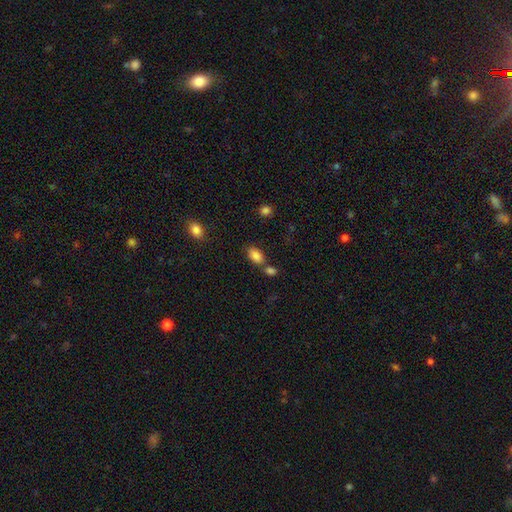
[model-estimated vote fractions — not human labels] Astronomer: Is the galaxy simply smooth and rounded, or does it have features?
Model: smooth — 85%.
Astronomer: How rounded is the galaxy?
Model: in between — 91%.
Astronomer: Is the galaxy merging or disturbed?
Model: none — 56%.